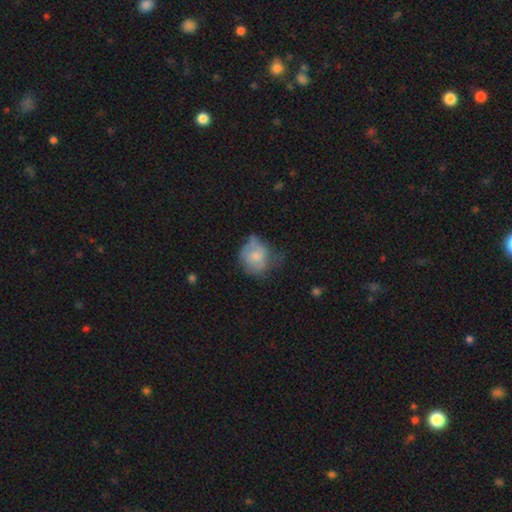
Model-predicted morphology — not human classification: Overall: smooth (54%; featured or disk 38%). How rounded: round (70%). Merging: none (37%; minor disturbance 35%).